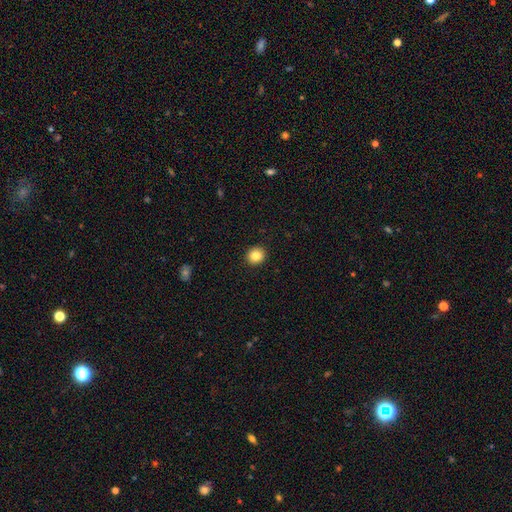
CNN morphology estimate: smooth_or_featured: smooth (p=0.86) [alt: star or artifact p=0.10]
how_rounded: round (p=0.88) [alt: in between p=0.11]
merging: none (p=0.93) [alt: minor disturbance p=0.05]